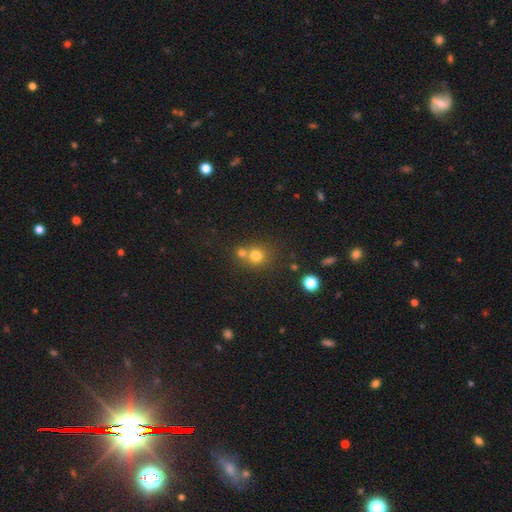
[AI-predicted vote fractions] Smooth or featured? smooth (76%)
How rounded? round (88%)
Merging? none (54%)